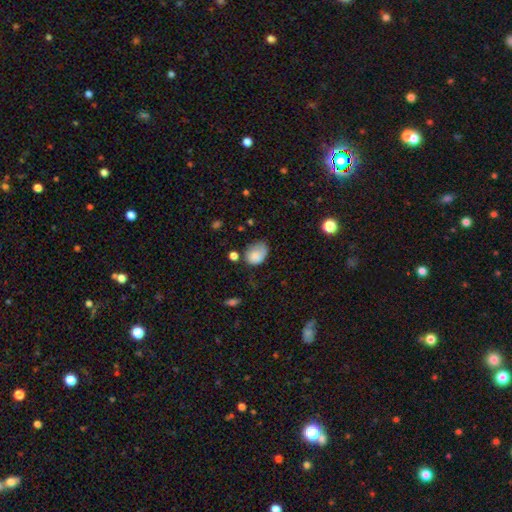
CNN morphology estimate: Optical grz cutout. It shows a smooth galaxy with no disk features (79%) that is in between round and cigar-shaped (67%). Merging: none (42%).